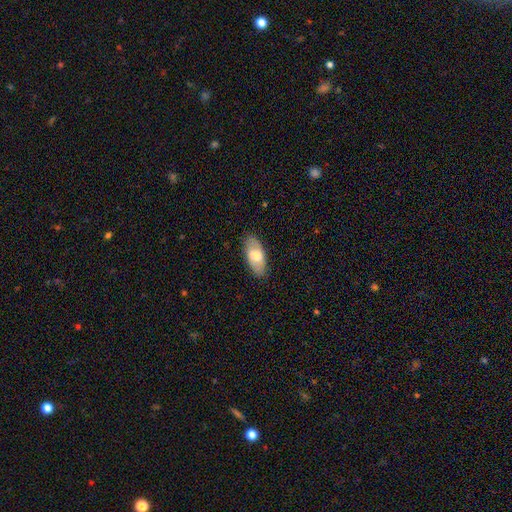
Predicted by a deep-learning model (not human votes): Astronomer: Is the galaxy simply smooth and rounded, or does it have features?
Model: smooth — 64%.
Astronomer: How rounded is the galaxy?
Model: in between — 90%.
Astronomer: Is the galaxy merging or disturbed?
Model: none — 84%.